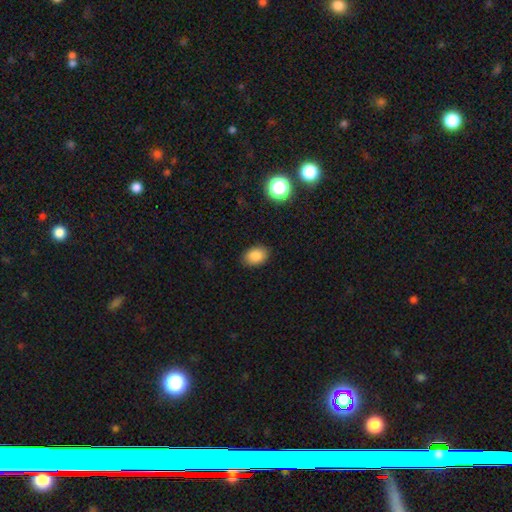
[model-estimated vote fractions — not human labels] A smooth galaxy with no disk features (86%) that is in between round and cigar-shaped (79%).

Vote fractions:
- Smooth or featured? smooth: 86% / star or artifact: 10% / featured or disk: 4%
- How rounded? in between: 79% / round: 20% / cigar-shaped: 1%
- Merging? none: 86% / minor disturbance: 10% / major disturbance: 3% / merger: 1%